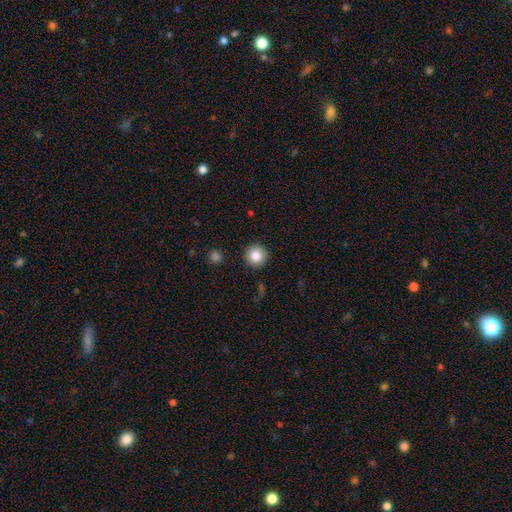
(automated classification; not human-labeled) smooth_or_featured: smooth (p=0.85) [alt: star or artifact p=0.09]
how_rounded: round (p=0.95) [alt: in between p=0.04]
merging: none (p=0.91) [alt: minor disturbance p=0.06]